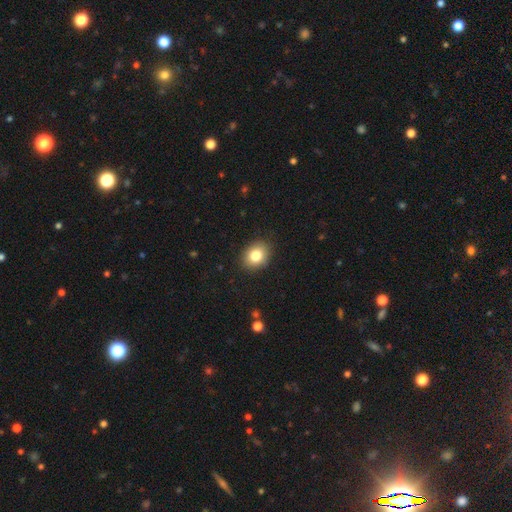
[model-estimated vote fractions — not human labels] This is clearly a smooth galaxy (82%). How rounded: possibly in between (52%). Merging: clearly none (89%).